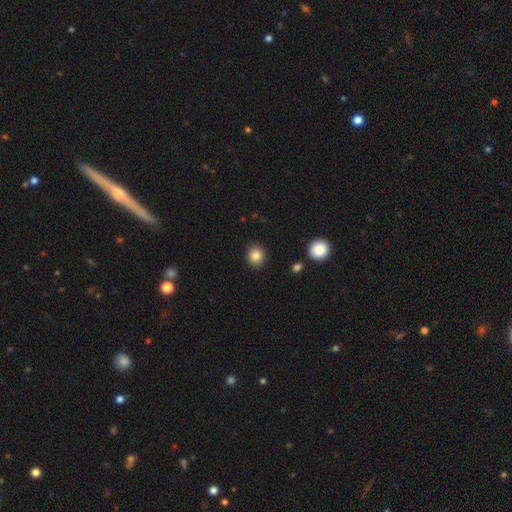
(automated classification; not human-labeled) This is clearly a smooth galaxy (85%). How rounded: likely round (76%). Merging: clearly none (90%).